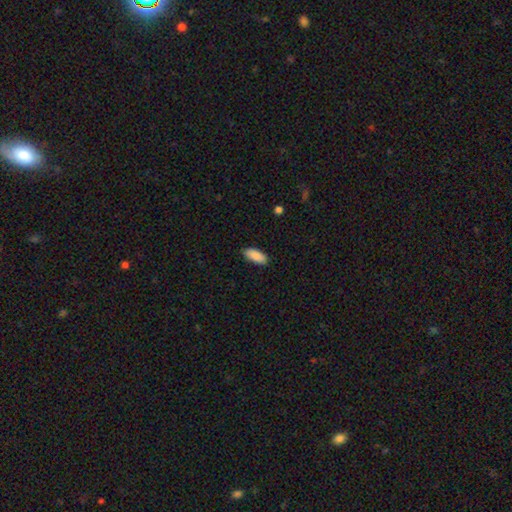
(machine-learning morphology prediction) Q: Smooth or featured?
A: smooth (90%); runner-up: star or artifact (6%)
Q: How rounded?
A: in between (83%); runner-up: cigar-shaped (16%)
Q: Merging?
A: none (88%); runner-up: minor disturbance (10%)